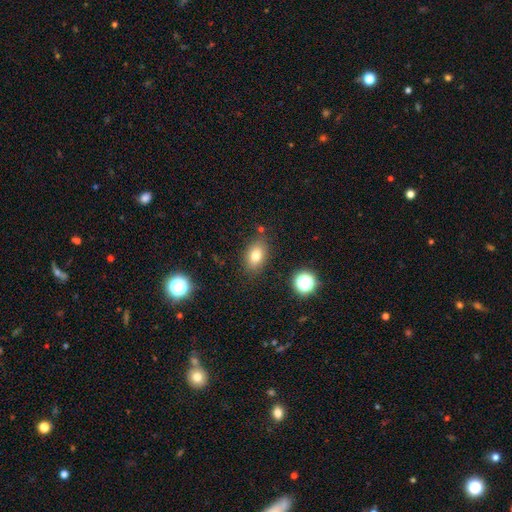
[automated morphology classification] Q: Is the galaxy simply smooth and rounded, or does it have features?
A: smooth — 78%.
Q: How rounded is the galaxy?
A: in between — 81%.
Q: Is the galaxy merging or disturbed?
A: none — 81%.